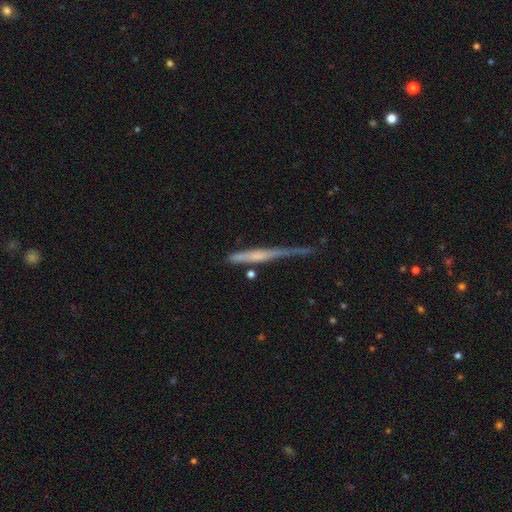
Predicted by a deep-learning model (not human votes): The model was most divided on "smooth or featured": featured or disk: 53%, smooth: 40%, star or artifact: 8%. Remaining: edge-on disk — yes (92%); merging — none (48%).